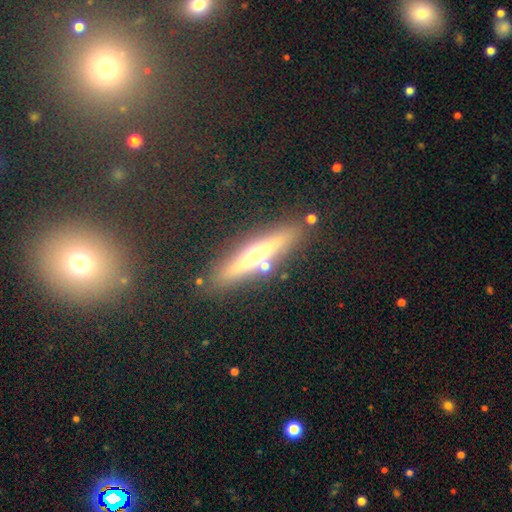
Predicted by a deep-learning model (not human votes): A featured or disk galaxy (57%) viewed edge-on (92%) with a rounded central bulge (87%).

Vote fractions:
- Smooth or featured? featured or disk: 57% / smooth: 31% / star or artifact: 12%
- Edge-on disk? yes: 92% / no: 8%
- Edge-on bulge? rounded: 87% / none: 9% / boxy: 4%
- Merging? none: 84% / minor disturbance: 9% / merger: 4% / major disturbance: 3%